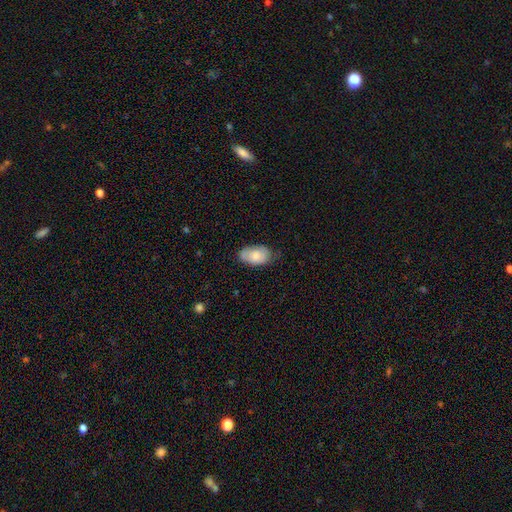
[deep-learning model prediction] The model was most divided on "merging": none: 62%, minor disturbance: 30%, major disturbance: 6%, merger: 1%. More confident: how rounded — in between (93%); smooth or featured — smooth (77%).